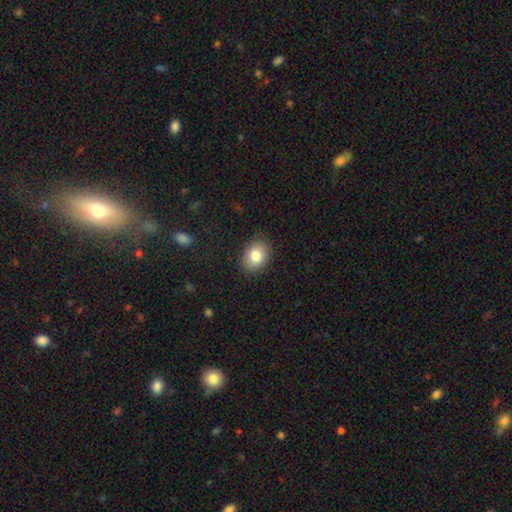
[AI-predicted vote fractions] This appears to be a smooth galaxy with no disk features (82%) that is in between round and cigar-shaped (60%). Merging: none (86%).